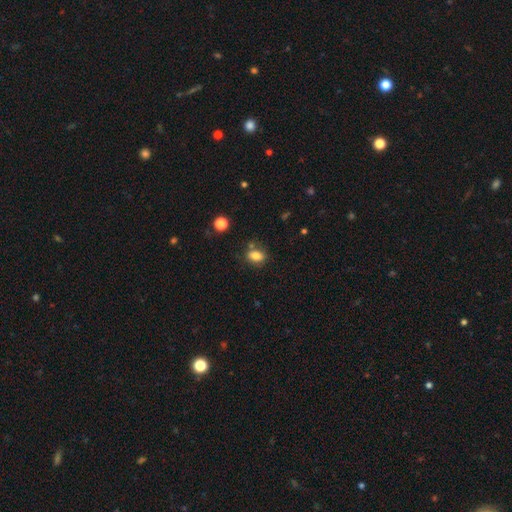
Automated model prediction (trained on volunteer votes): smooth_or_featured: smooth (p=0.81) [alt: star or artifact p=0.10]
how_rounded: in between (p=0.71) [alt: round p=0.27]
merging: none (p=0.70) [alt: minor disturbance p=0.15]